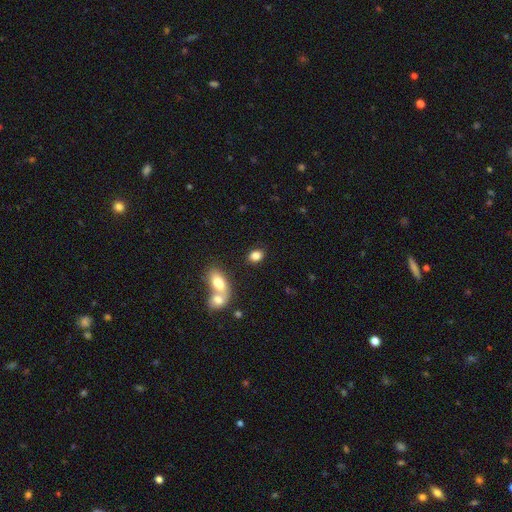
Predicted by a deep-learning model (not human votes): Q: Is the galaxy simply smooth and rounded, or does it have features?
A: smooth — 84%.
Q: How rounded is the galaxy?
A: in between — 71%.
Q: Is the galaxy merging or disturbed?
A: none — 72%.